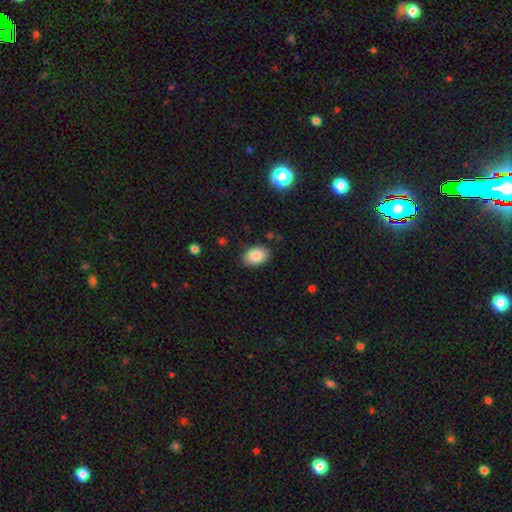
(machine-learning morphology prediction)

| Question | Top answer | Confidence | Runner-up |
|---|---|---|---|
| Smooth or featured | smooth | 86% | star or artifact (8%) |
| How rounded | in between | 84% | round (14%) |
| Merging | none | 86% | minor disturbance (10%) |